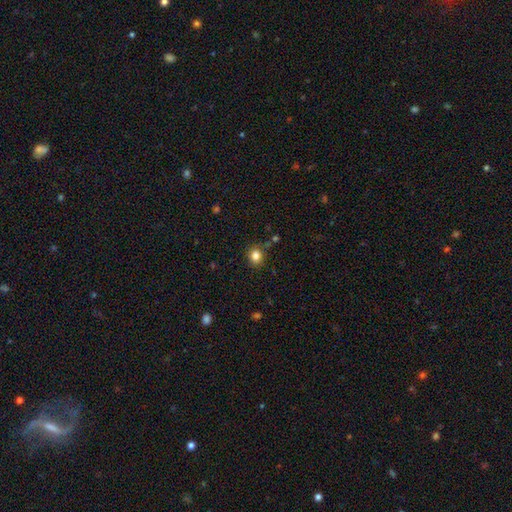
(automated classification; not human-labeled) Smooth or featured: smooth — 83% (star or artifact — 12%)
How rounded: round — 80% (in between — 19%)
Merging: none — 83% (minor disturbance — 11%)